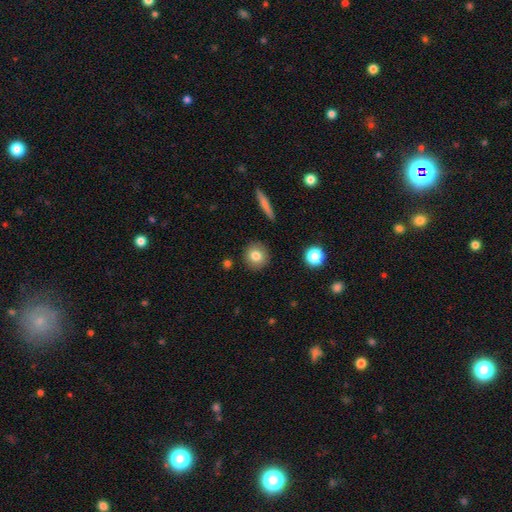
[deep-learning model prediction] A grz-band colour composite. It shows a smooth galaxy with no disk features (80%) that is round (90%). Merging: none (89%).